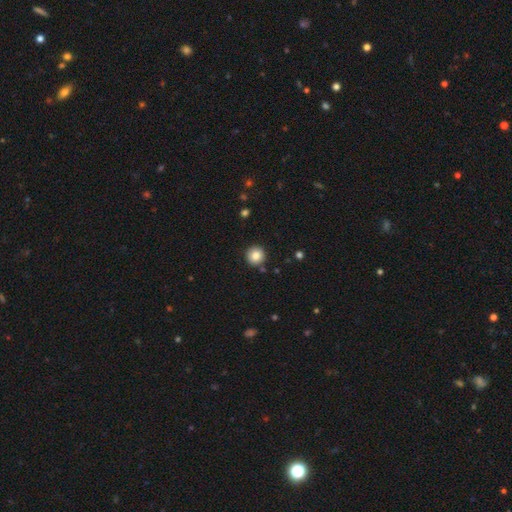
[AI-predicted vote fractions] The model was most divided on "smooth or featured": smooth: 84%, star or artifact: 9%, featured or disk: 6%. More confident: how rounded — round (95%); merging — none (89%).